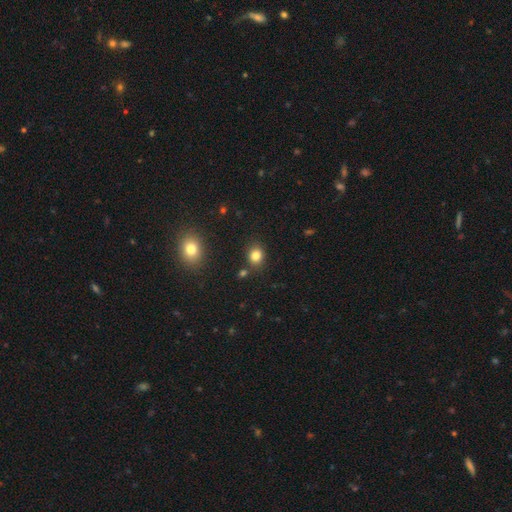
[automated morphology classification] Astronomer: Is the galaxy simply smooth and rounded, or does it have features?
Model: smooth — 83%.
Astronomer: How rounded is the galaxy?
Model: round — 61% (runner-up: in between, 38%).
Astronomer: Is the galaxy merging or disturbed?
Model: none — 82%.